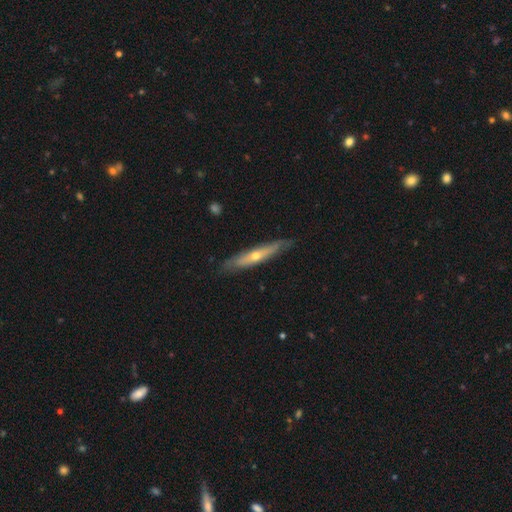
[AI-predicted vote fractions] Smooth or featured: featured or disk — 57% (smooth — 38%)
Edge-on disk: yes — 78% (no — 22%)
Merging: none — 81% (minor disturbance — 15%)